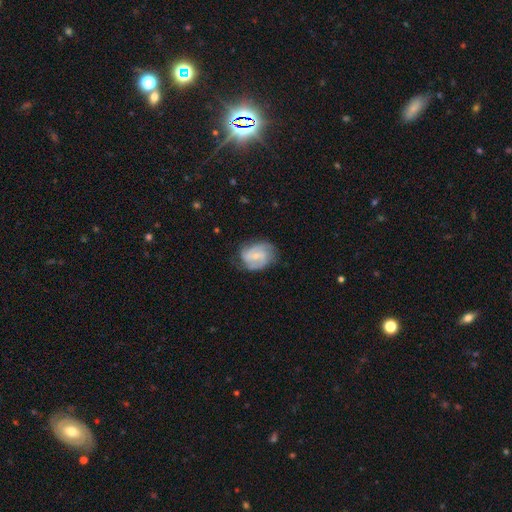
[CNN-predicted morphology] A featured or disk galaxy (75%) with no bar (45%), 2 (45%) tight (44%) spiral arms (94%) and a small central bulge (66%). Merging: none (68%).